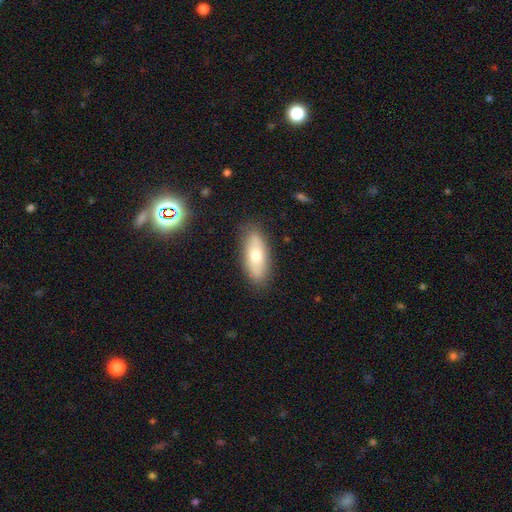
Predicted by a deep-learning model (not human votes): Morphology: type=smooth (67%); roundness=in between (73%); merging=none (85%).